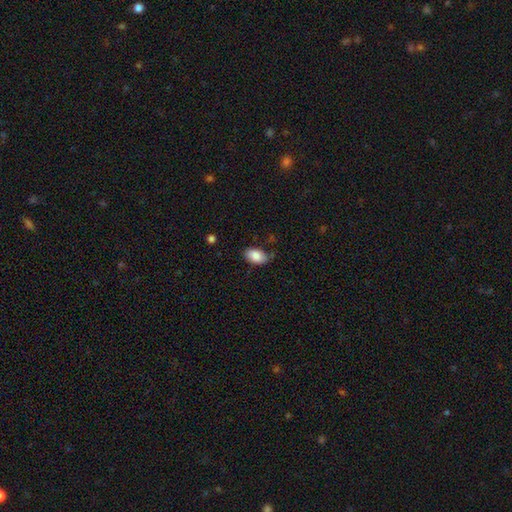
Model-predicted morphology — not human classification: smooth 87%, star or artifact 7%, featured or disk 6%. Down the decision tree: how rounded — in between (92%); merging — none (77%).